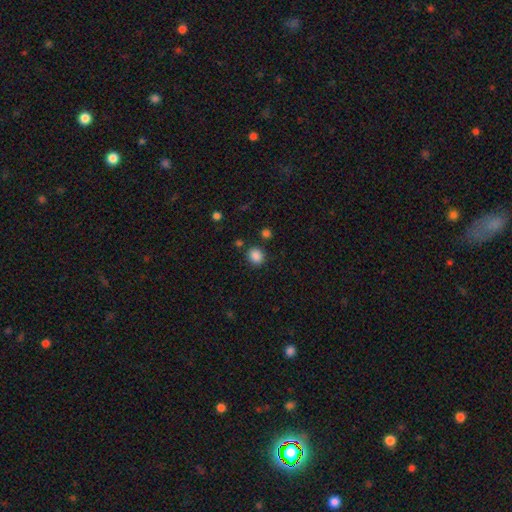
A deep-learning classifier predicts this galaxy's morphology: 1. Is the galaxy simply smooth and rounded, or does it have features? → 86% smooth, 10% star or artifact, 3% featured or disk.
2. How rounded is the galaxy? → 77% round, 22% in between, 1% cigar-shaped.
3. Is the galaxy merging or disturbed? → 85% none, 8% minor disturbance, 4% merger, 3% major disturbance.